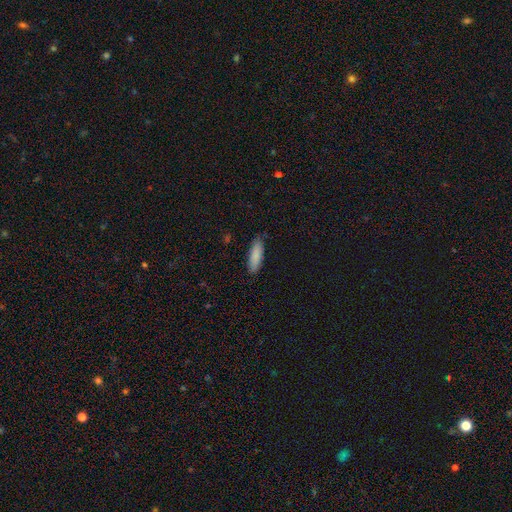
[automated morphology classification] A smooth galaxy with no disk features (87%) that is in between round and cigar-shaped (55%).

Vote fractions:
- Smooth or featured? smooth: 87% / featured or disk: 7% / star or artifact: 6%
- How rounded? in between: 55% / cigar-shaped: 44% / round: 2%
- Merging? none: 83% / minor disturbance: 14% / major disturbance: 2% / merger: 1%